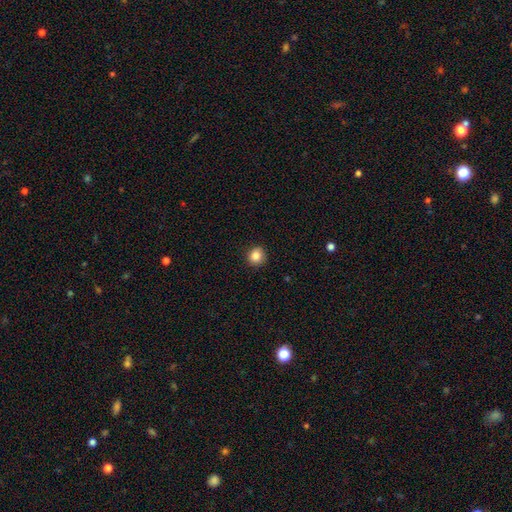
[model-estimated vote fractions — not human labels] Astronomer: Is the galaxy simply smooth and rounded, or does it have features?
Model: smooth — 86%.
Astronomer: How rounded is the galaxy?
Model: round — 86%.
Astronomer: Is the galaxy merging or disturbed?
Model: none — 87%.